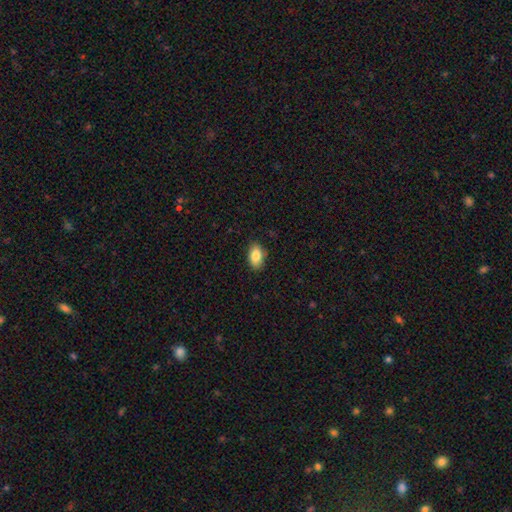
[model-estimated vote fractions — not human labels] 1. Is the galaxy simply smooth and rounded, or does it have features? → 86% smooth, 7% star or artifact, 7% featured or disk.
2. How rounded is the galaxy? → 91% in between, 7% round, 2% cigar-shaped.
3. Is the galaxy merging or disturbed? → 86% none, 11% minor disturbance, 2% major disturbance, 1% merger.